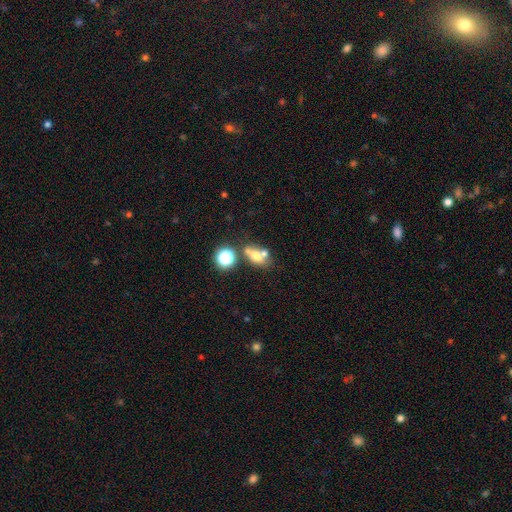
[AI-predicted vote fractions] The model was most divided on "merging": merger: 41%, none: 39%, minor disturbance: 13%, major disturbance: 8%. More confident: how rounded — in between (62%); smooth or featured — smooth (60%).